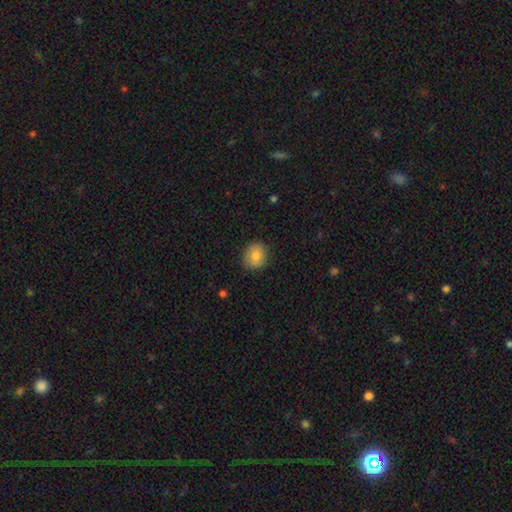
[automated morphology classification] Smooth or featured? Predicted: smooth (p=0.81). How rounded? Predicted: round (p=0.75). Merging? Predicted: none (p=0.87).